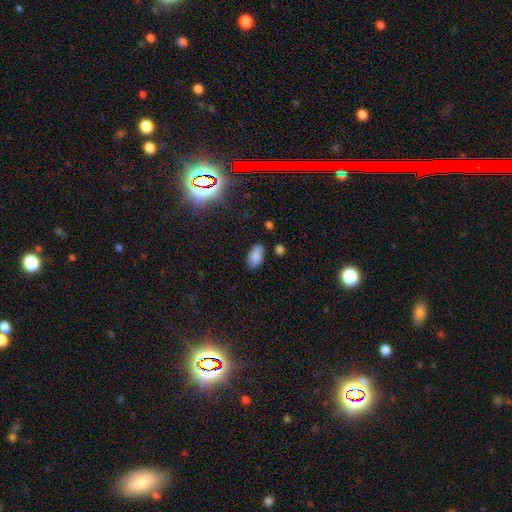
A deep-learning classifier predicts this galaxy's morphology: smooth-or-featured: smooth: 83% | star or artifact: 10% | featured or disk: 8%
  how-rounded: in between: 94% | round: 4% | cigar-shaped: 2%
  merging: none: 81% | minor disturbance: 13% | major disturbance: 3% | merger: 2%